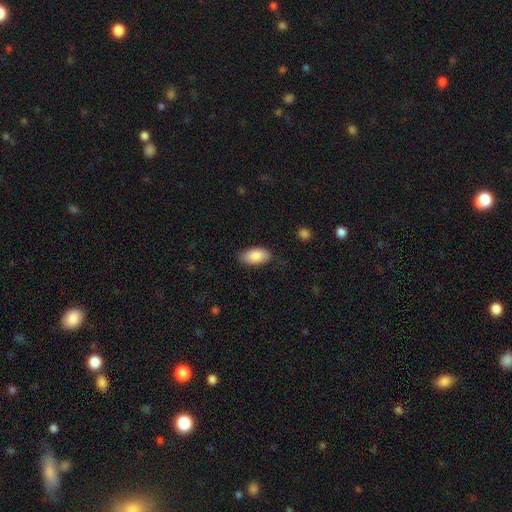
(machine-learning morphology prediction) Overall: smooth (87%). How rounded: in between (94%). Merging: none (80%).